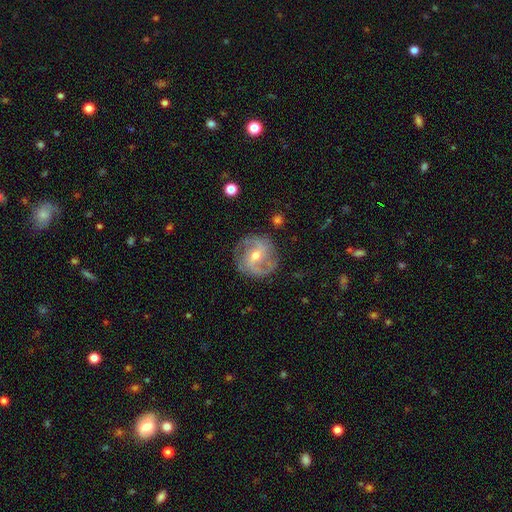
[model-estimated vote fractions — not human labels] A featured or disk galaxy (85%) with a weak bar (44%), 2 (70%) medium (48%) spiral arms (95%) and a moderate central bulge (52%).

Vote fractions:
- Smooth or featured? featured or disk: 85% / smooth: 9% / star or artifact: 6%
- Edge-on disk? no: 97% / yes: 3%
- Bar? weak: 44% / strong: 30% / no: 26%
- Spiral arms? yes: 95% / no: 5%
- Spiral winding? medium: 48% / tight: 32% / loose: 20%
- Spiral arm count? 2: 70% / 3: 12% / can't tell: 10% / 1: 3% / 4: 3% / more than 4: 2%
- Bulge size? moderate: 52% / small: 45% / large: 1% / none: 1% / dominant: 1%
- Merging? none: 79% / minor disturbance: 14% / major disturbance: 5% / merger: 1%